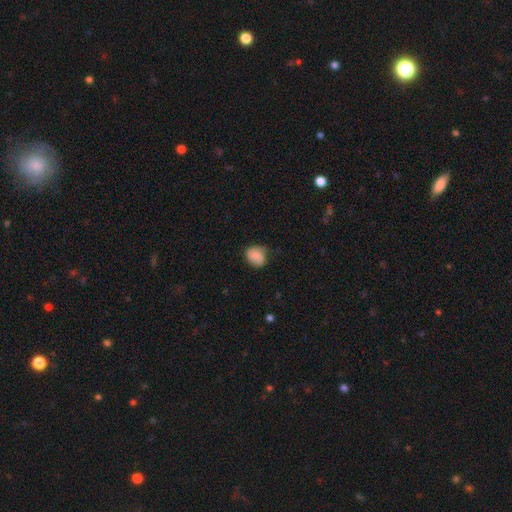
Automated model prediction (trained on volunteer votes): Q: Smooth or featured?
A: smooth (75%); runner-up: featured or disk (17%)
Q: How rounded?
A: round (59%); runner-up: in between (40%)
Q: Merging?
A: none (63%); runner-up: minor disturbance (28%)